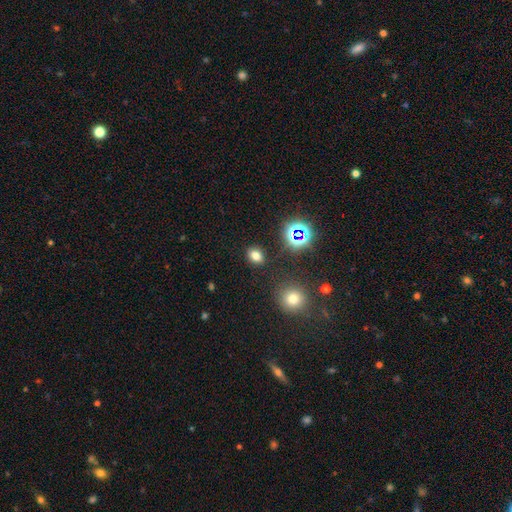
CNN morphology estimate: Overall: smooth (71%). How rounded: in between (58%; round 41%). Merging: none (86%).